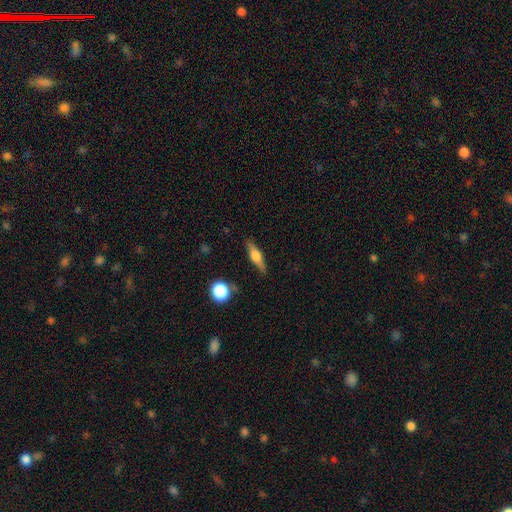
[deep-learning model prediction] A featured or disk galaxy (50%).

Vote fractions:
- Smooth or featured? featured or disk: 50% / smooth: 43% / star or artifact: 8%
- Merging? none: 84% / minor disturbance: 11% / major disturbance: 3% / merger: 2%